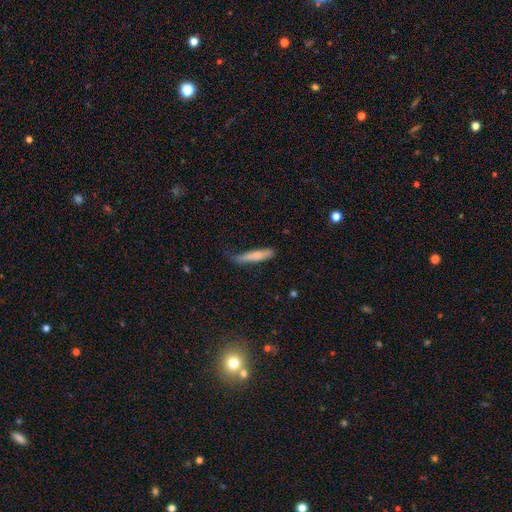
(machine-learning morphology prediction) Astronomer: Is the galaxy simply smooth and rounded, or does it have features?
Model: smooth — 73%.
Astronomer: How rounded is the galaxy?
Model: cigar-shaped — 90%.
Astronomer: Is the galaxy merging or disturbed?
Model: none — 63%.